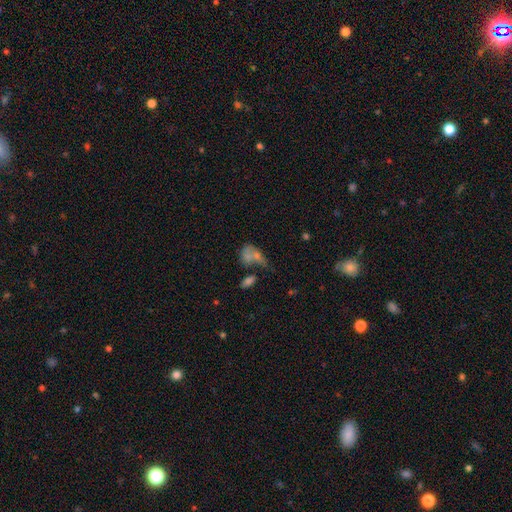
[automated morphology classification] This is possibly a smooth galaxy (48%). Merging: marginally merger (44%).